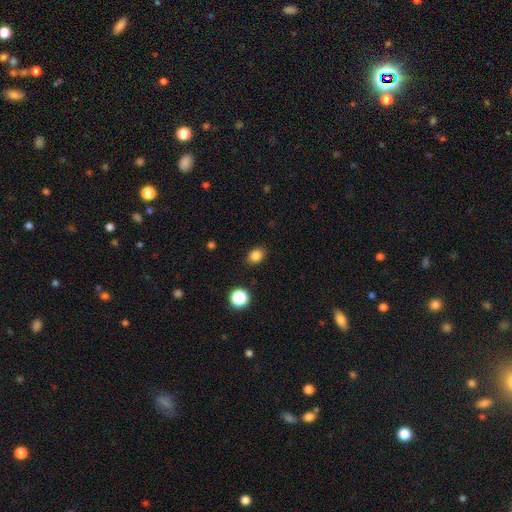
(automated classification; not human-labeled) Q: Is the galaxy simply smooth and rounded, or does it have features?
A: smooth — 83%.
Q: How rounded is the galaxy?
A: in between — 55%.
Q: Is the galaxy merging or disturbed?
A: none — 87%.